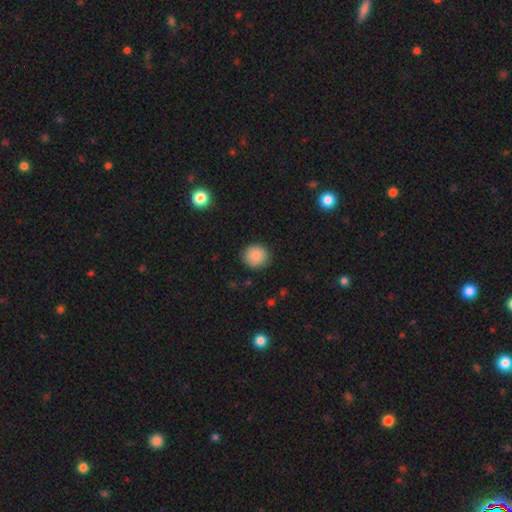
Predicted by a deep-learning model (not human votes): Overall: smooth (85%). How rounded: round (92%). Merging: none (90%).